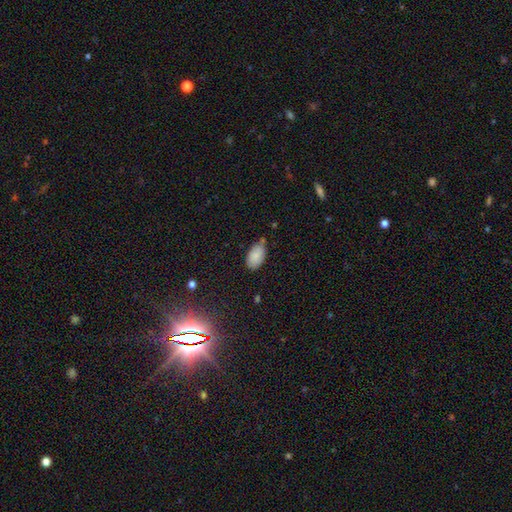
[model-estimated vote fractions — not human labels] smooth_or_featured: smooth (p=0.86) [alt: star or artifact p=0.07]
how_rounded: in between (p=0.94) [alt: round p=0.05]
merging: none (p=0.70) [alt: minor disturbance p=0.22]